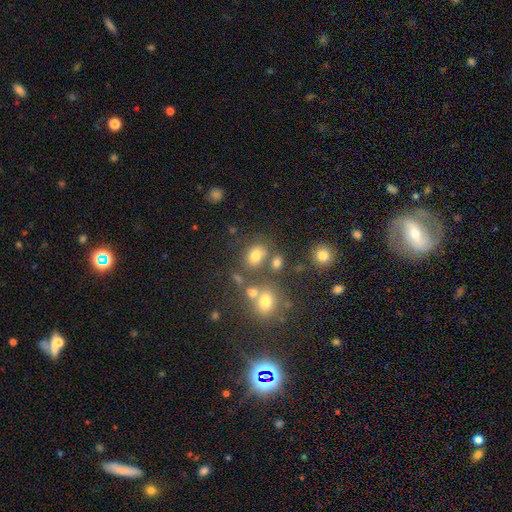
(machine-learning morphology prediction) The model was most divided on "how rounded": in between: 55%, round: 44%, cigar-shaped: 1%. More confident: smooth or featured — smooth (70%); merging — none (61%).